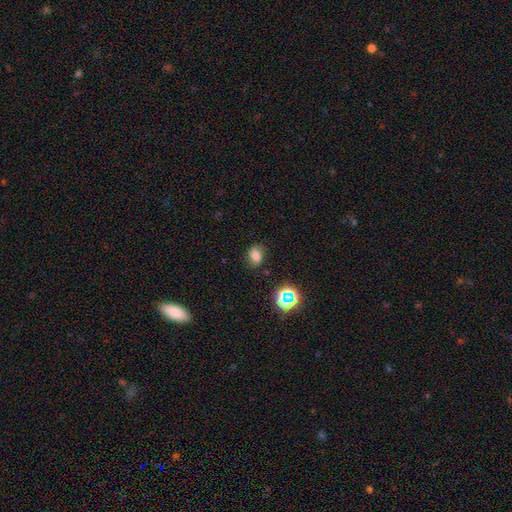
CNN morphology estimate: The model was most divided on "how rounded": in between: 57%, round: 42%, cigar-shaped: 1%. More confident: merging — none (78%); smooth or featured — smooth (72%).